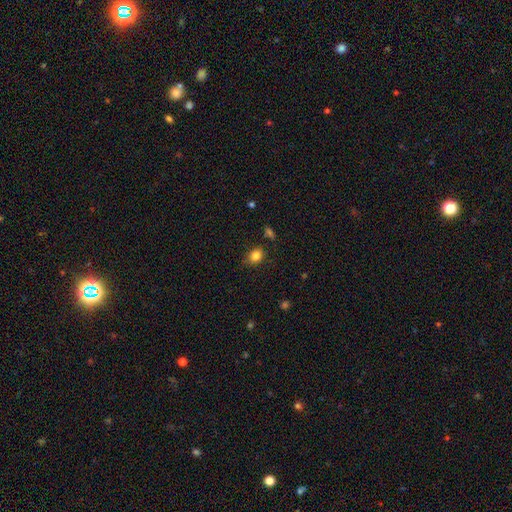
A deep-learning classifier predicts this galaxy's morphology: Q: Smooth or featured?
A: smooth (83%); runner-up: star or artifact (11%)
Q: How rounded?
A: in between (51%); runner-up: round (48%)
Q: Merging?
A: none (77%); runner-up: minor disturbance (17%)